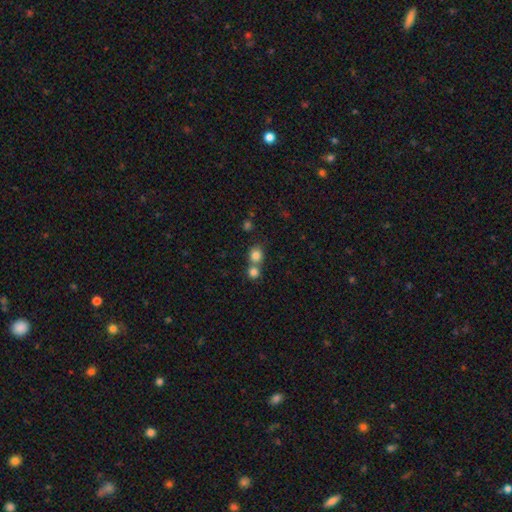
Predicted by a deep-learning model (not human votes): Smooth or featured? Predicted: smooth (p=0.81). How rounded? Predicted: round (p=0.83). Merging? Predicted: none (p=0.49).